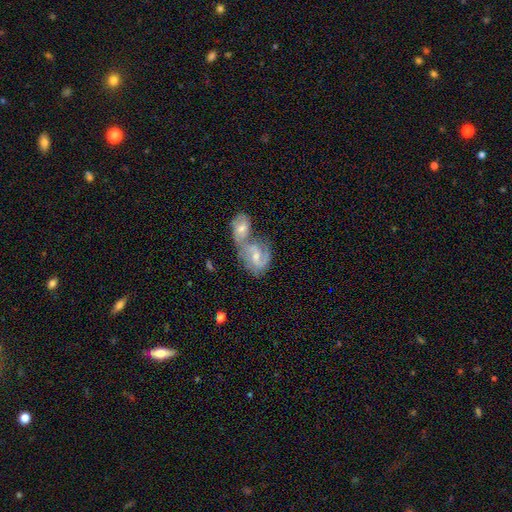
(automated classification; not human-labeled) Morphology: type=featured or disk (74%); edge-on=no (97%); bar=weak (49%); spiral arms=yes (90%); winding=medium (49%); arm count=2 (68%); bulge=moderate (52%); merging=merger (71%).